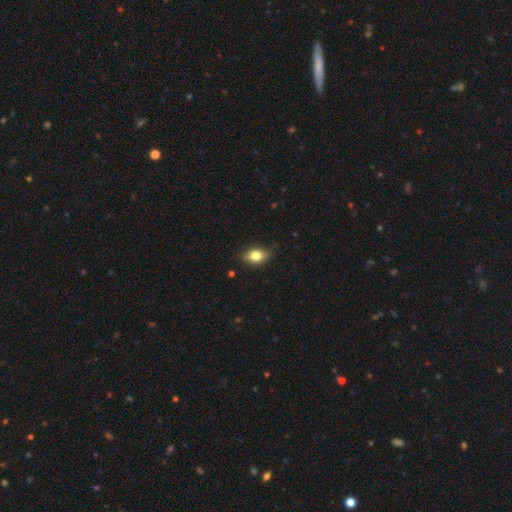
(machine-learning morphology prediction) Smooth or featured?
  - smooth: 79% *
  - featured or disk: 12%
  - star or artifact: 9%
How rounded?
  - in between: 81% *
  - round: 17%
  - cigar-shaped: 3%
Merging?
  - none: 79% *
  - minor disturbance: 17%
  - major disturbance: 3%
  - merger: 1%